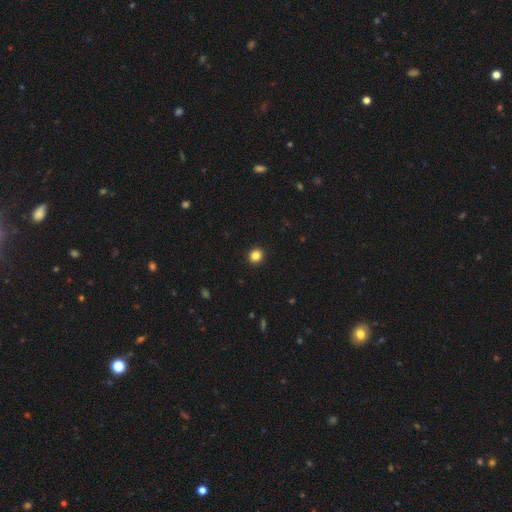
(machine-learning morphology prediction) Q: Smooth or featured?
A: smooth (84%); runner-up: star or artifact (11%)
Q: How rounded?
A: round (84%); runner-up: in between (15%)
Q: Merging?
A: none (93%); runner-up: minor disturbance (5%)